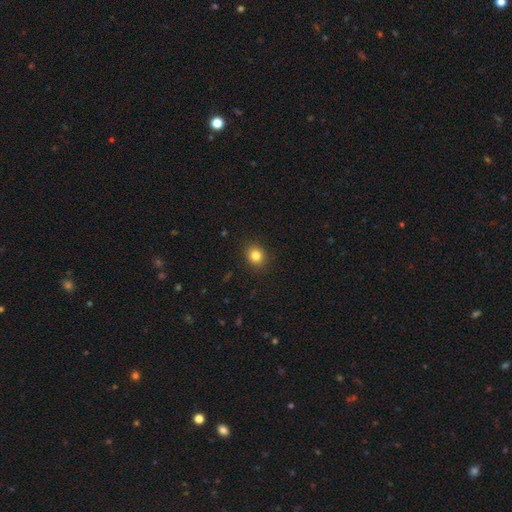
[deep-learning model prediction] A smooth galaxy with no disk features (83%) that is round (70%). Merging: none (90%).